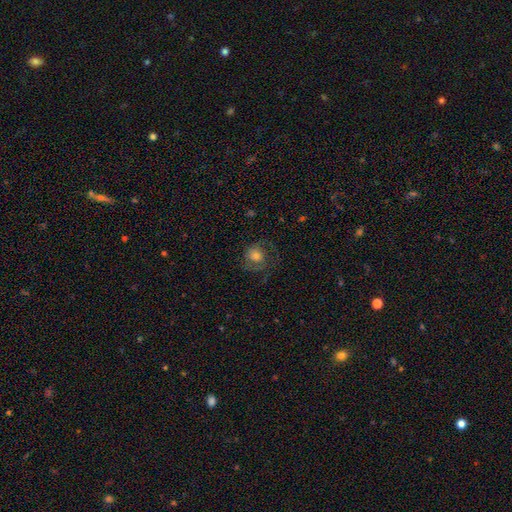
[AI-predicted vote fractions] Smooth or featured: smooth — 46% (featured or disk — 42%)
Merging: none — 62% (major disturbance — 19%)